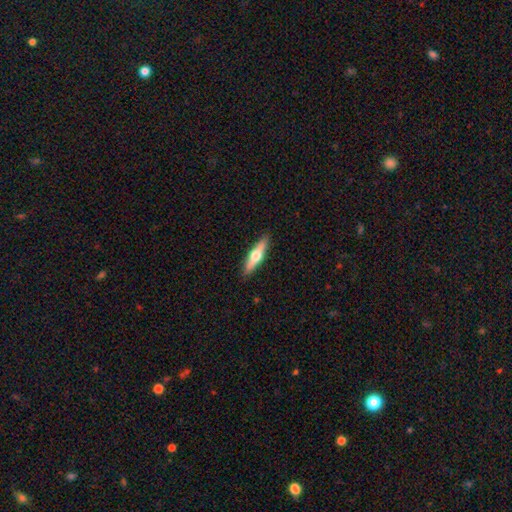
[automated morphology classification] featured or disk 49%, smooth 45%, star or artifact 5%. Down the decision tree: merging — none (90%).